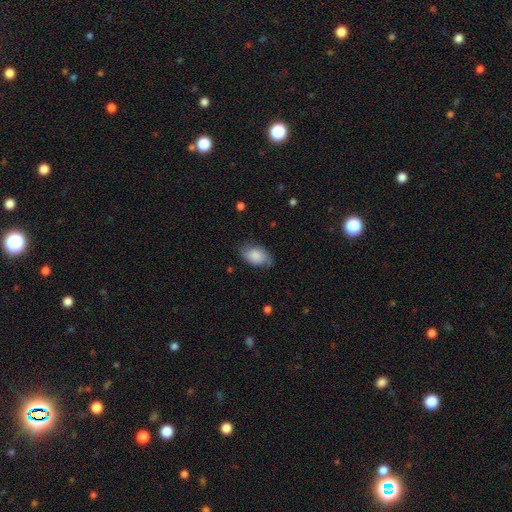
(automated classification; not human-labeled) smooth-or-featured: smooth: 81% | featured or disk: 12% | star or artifact: 7%
  how-rounded: in between: 90% | round: 8% | cigar-shaped: 1%
  merging: none: 69% | minor disturbance: 24% | major disturbance: 6% | merger: 1%